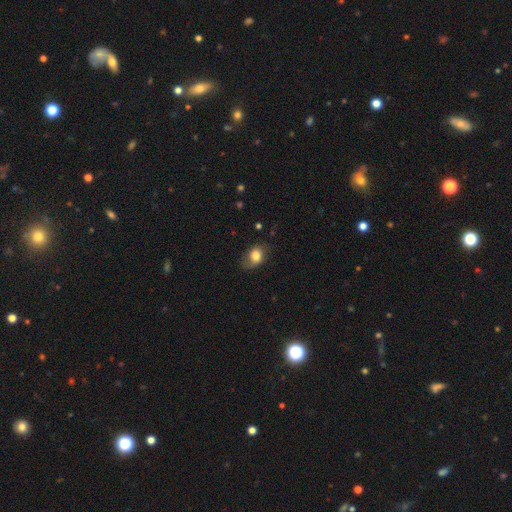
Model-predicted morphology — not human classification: Smooth or featured?
  - smooth: 74% *
  - featured or disk: 17%
  - star or artifact: 9%
How rounded?
  - in between: 68% *
  - round: 31%
  - cigar-shaped: 1%
Merging?
  - none: 63% *
  - minor disturbance: 27%
  - major disturbance: 9%
  - merger: 1%